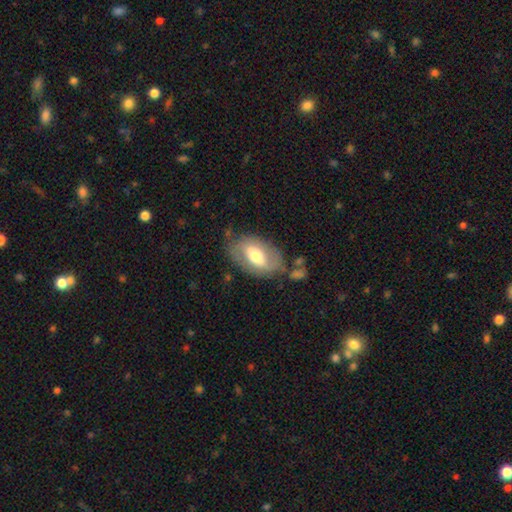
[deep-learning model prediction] This is possibly a featured or disk galaxy (50%). Merging: likely none (65%).